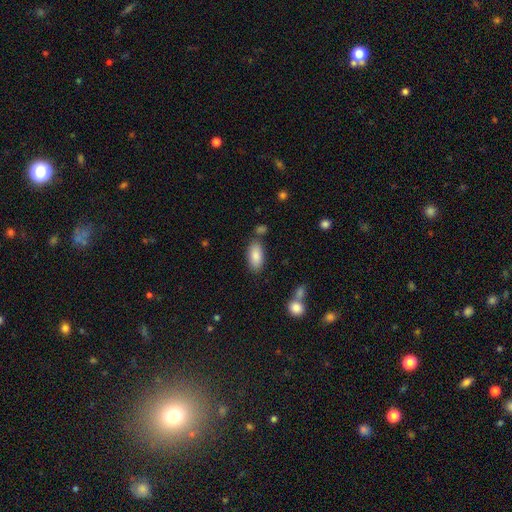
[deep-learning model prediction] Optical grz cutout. It shows a smooth galaxy with no disk features (86%) that is in between round and cigar-shaped (90%). Merging: none (76%).